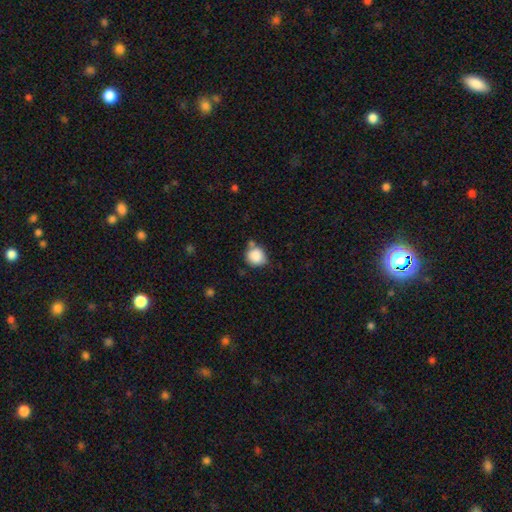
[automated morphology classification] This is clearly a smooth galaxy (86%). How rounded: clearly round (83%). Merging: possibly none (57%).